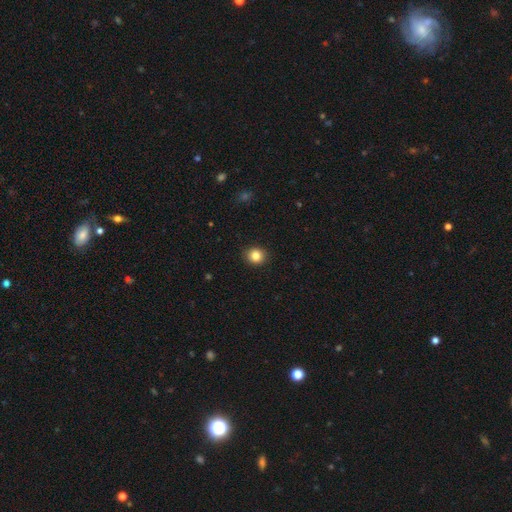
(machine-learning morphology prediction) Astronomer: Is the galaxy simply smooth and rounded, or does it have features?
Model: smooth — 84%.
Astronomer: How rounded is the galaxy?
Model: round — 82%.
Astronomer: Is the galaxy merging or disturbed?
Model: none — 91%.